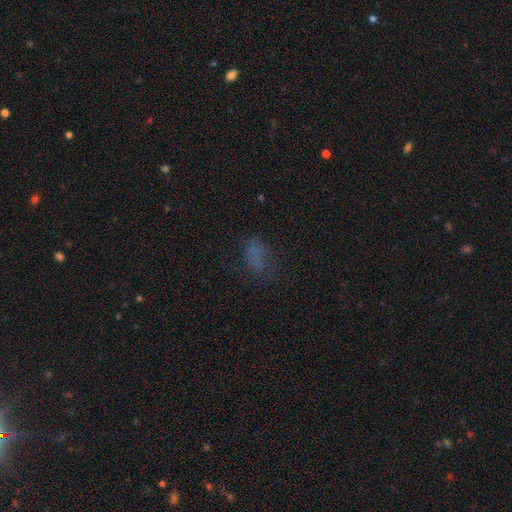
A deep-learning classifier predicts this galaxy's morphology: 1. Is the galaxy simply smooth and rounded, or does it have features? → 57% smooth, 24% star or artifact, 19% featured or disk.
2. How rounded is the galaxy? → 82% in between, 14% round, 4% cigar-shaped.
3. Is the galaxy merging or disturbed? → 55% none, 21% minor disturbance, 21% major disturbance, 3% merger.